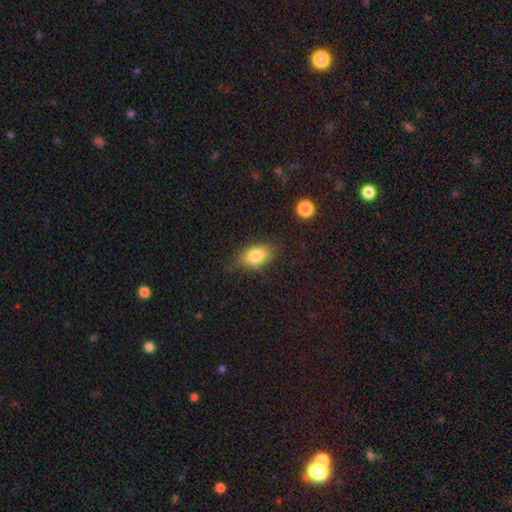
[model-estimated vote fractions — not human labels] A smooth galaxy with no disk features (83%) that is in between round and cigar-shaped (88%).

Vote fractions:
- Smooth or featured? smooth: 83% / featured or disk: 9% / star or artifact: 8%
- How rounded? in between: 88% / round: 9% / cigar-shaped: 3%
- Merging? none: 79% / minor disturbance: 15% / major disturbance: 4% / merger: 2%